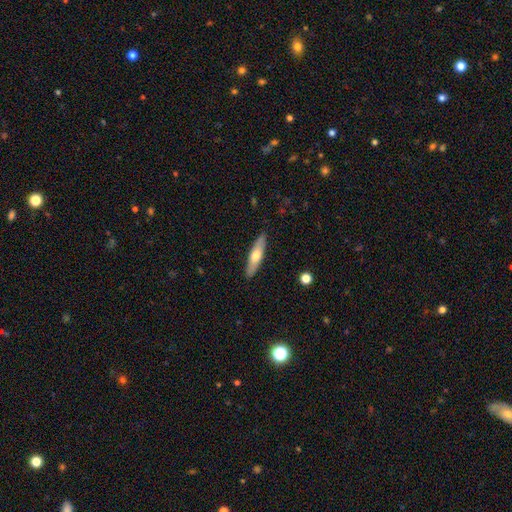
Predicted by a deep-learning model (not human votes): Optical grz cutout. It shows a smooth galaxy with no disk features (55%) that is cigar-shaped (75%). Merging: none (90%).